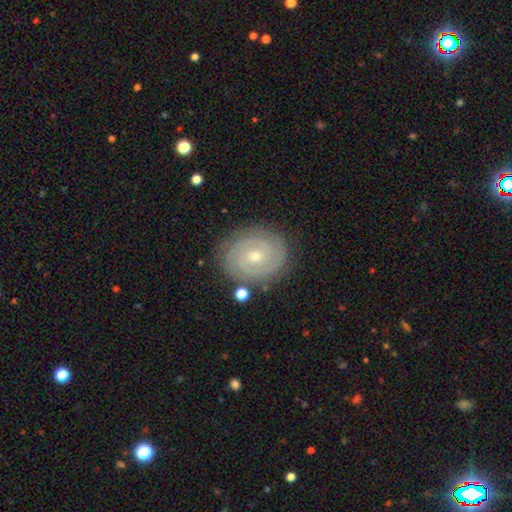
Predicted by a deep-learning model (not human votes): smooth_or_featured: featured or disk (p=0.85) [alt: smooth p=0.09]
disk_edge_on: no (p=0.98) [alt: yes p=0.02]
bar: no (p=0.64) [alt: weak p=0.29]
has_spiral_arms: yes (p=0.96) [alt: no p=0.04]
spiral_winding: tight (p=0.81) [alt: medium p=0.16]
spiral_arm_count: 2 (p=0.69) [alt: can't tell p=0.12]
bulge_size: small (p=0.58) [alt: moderate p=0.39]
merging: none (p=0.85) [alt: minor disturbance p=0.10]